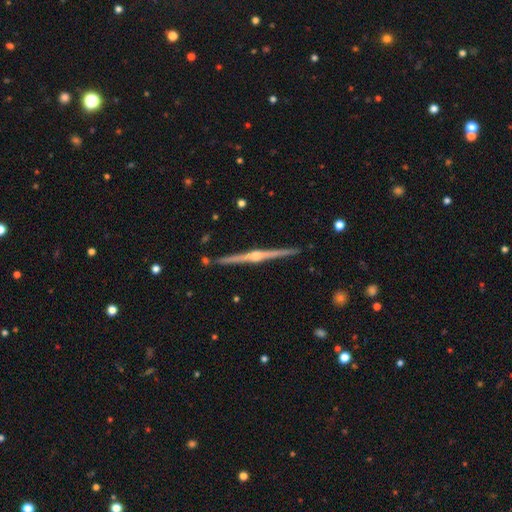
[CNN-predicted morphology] This is clearly a featured or disk galaxy (88%). It is clearly viewed edge-on (99%). Edge-on bulge: clearly rounded (91%). Merging: clearly none (92%).